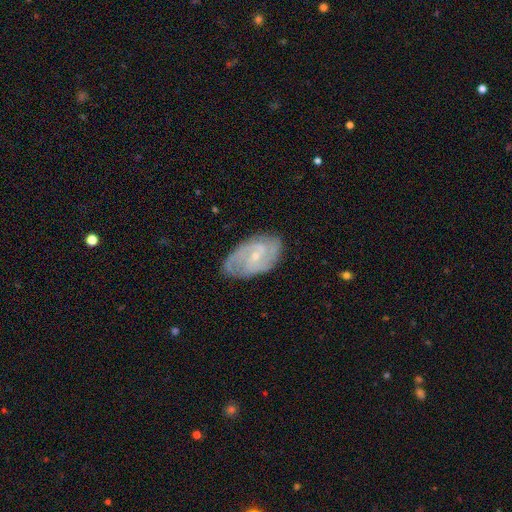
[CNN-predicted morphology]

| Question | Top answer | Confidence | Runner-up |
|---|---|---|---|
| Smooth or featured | featured or disk | 79% | smooth (15%) |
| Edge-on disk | no | 96% | yes (4%) |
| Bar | weak | 47% | no (43%) |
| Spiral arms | yes | 92% | no (8%) |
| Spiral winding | tight | 45% | medium (42%) |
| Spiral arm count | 2 | 49% | can't tell (26%) |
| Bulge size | small | 76% | moderate (20%) |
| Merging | none | 75% | minor disturbance (19%) |